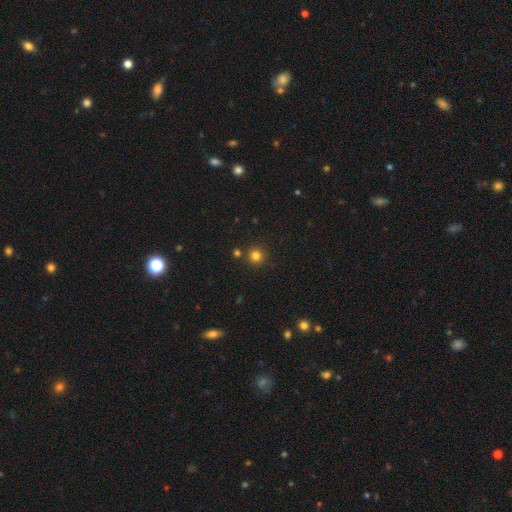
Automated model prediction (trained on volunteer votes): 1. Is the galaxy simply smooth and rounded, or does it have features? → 80% smooth, 15% star or artifact, 5% featured or disk.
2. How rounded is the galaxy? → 95% round, 4% in between, 1% cigar-shaped.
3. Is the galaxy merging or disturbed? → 86% none, 6% minor disturbance, 6% merger, 2% major disturbance.